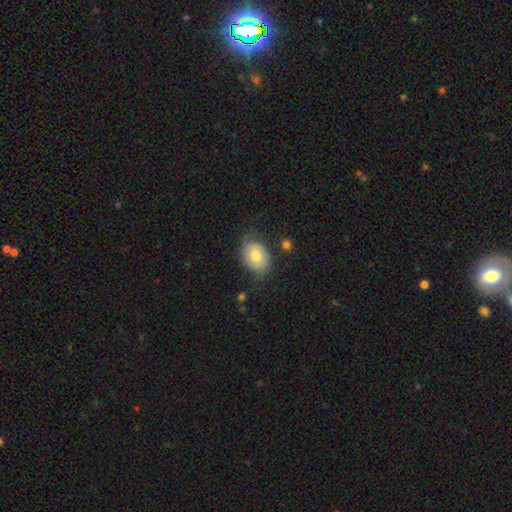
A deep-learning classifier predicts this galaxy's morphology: A smooth galaxy with no disk features (66%) that is in between round and cigar-shaped (76%).

Vote fractions:
- Smooth or featured? smooth: 66% / featured or disk: 27% / star or artifact: 8%
- How rounded? in between: 76% / round: 23% / cigar-shaped: 1%
- Merging? none: 64% / minor disturbance: 26% / major disturbance: 8% / merger: 2%